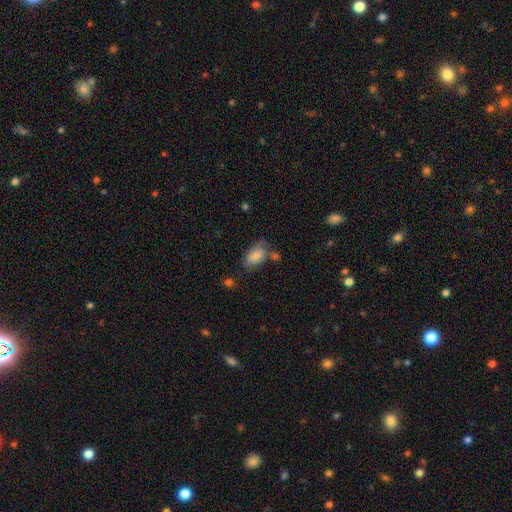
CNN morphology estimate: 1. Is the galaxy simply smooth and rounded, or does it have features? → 83% smooth, 10% featured or disk, 7% star or artifact.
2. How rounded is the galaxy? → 92% in between, 5% round, 3% cigar-shaped.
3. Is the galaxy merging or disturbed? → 59% none, 23% minor disturbance, 11% merger, 7% major disturbance.